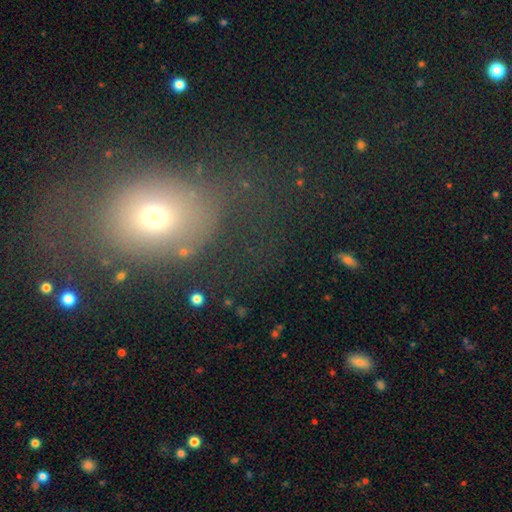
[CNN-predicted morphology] Smooth or featured? smooth (60%)
How rounded? round (54%)
Merging? none (59%)